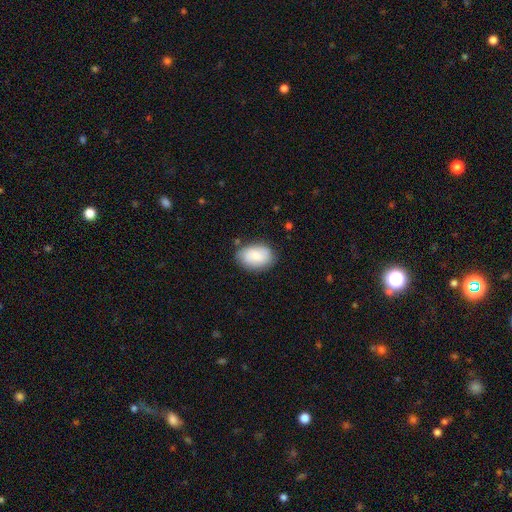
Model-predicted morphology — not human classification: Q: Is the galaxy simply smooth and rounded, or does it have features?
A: smooth — 79%.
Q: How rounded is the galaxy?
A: in between — 86%.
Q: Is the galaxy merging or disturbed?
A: none — 77%.